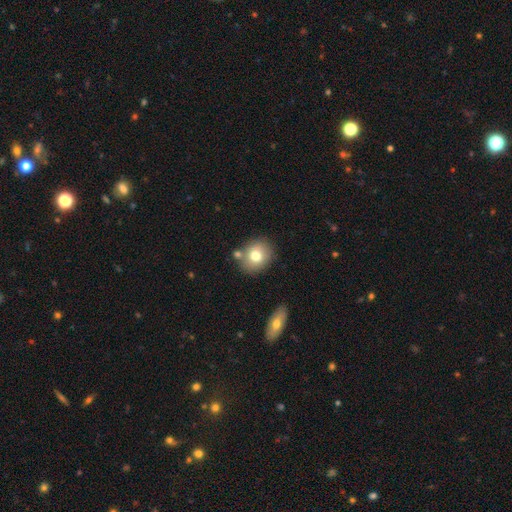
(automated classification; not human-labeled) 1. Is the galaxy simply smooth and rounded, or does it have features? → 76% smooth, 15% featured or disk, 9% star or artifact.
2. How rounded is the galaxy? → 68% round, 31% in between, 1% cigar-shaped.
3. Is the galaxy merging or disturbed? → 72% none, 12% merger, 12% minor disturbance, 3% major disturbance.